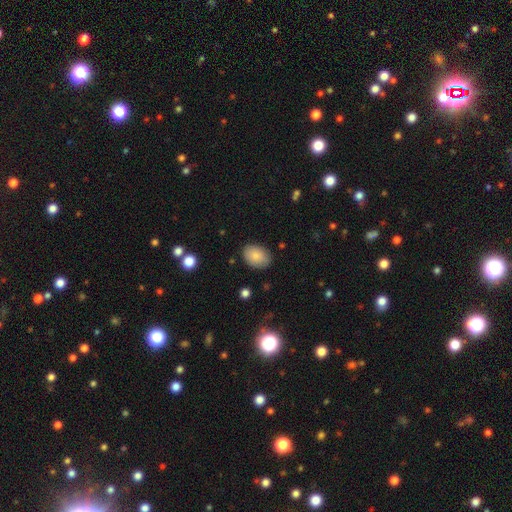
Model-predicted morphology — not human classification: type=smooth (85%); roundness=in between (82%); merging=none (83%).